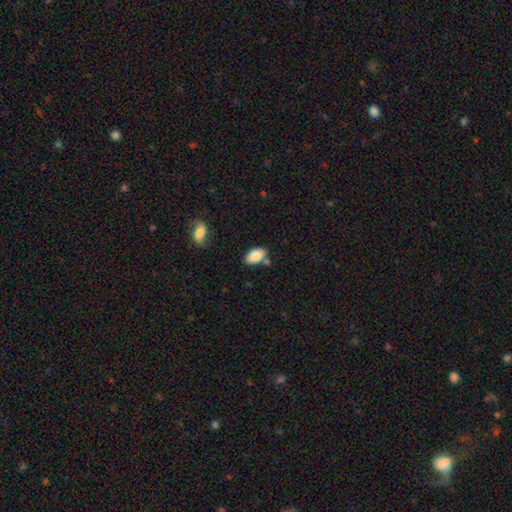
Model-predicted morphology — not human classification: This appears to be a smooth galaxy with no disk features (82%) that is in between round and cigar-shaped (94%). Merging: none (71%).